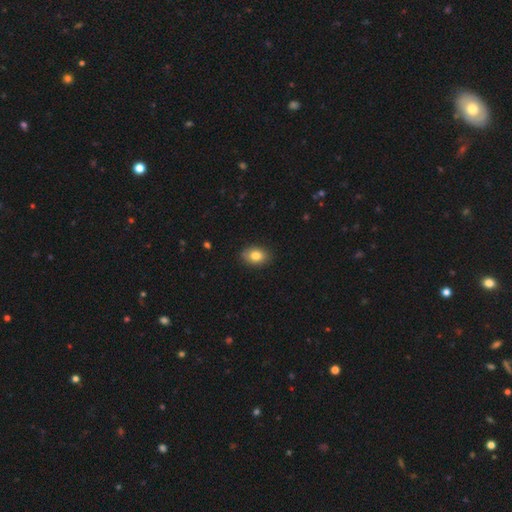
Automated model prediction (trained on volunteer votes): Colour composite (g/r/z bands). It shows a smooth galaxy with no disk features (83%) that is in between round and cigar-shaped (78%). Merging: none (86%).